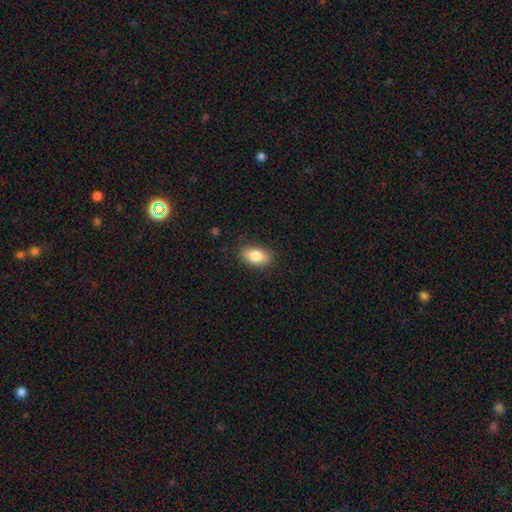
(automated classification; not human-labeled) Smooth or featured: smooth — 83% (featured or disk — 9%)
How rounded: in between — 90% (round — 6%)
Merging: none — 87% (minor disturbance — 10%)